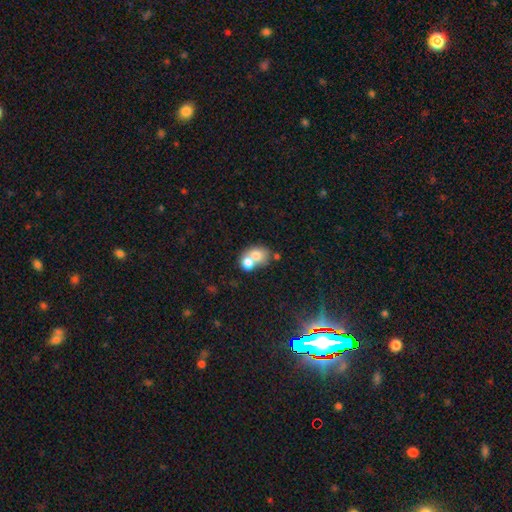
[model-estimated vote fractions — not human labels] A smooth galaxy with no disk features (70%) that is round (53%).

Vote fractions:
- Smooth or featured? smooth: 70% / featured or disk: 21% / star or artifact: 9%
- How rounded? round: 53% / in between: 46% / cigar-shaped: 1%
- Merging? merger: 70% / none: 21% / minor disturbance: 6% / major disturbance: 3%